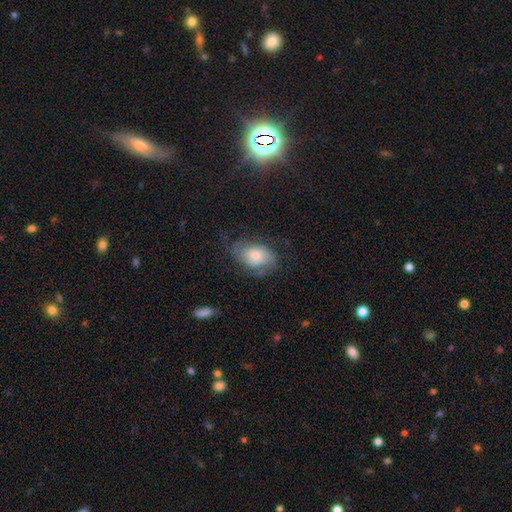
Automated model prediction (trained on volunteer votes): The model was most divided on "smooth or featured": smooth: 54%, featured or disk: 38%, star or artifact: 8%. Remaining: how rounded — in between (86%); merging — none (49%).